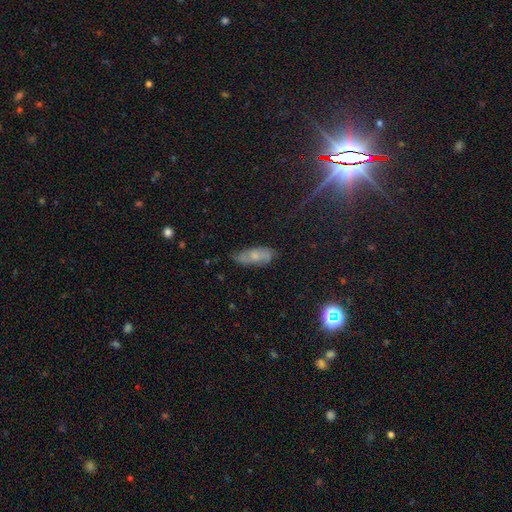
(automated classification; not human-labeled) smooth_or_featured: smooth (p=0.47) [alt: featured or disk p=0.39]
merging: none (p=0.74) [alt: minor disturbance p=0.19]